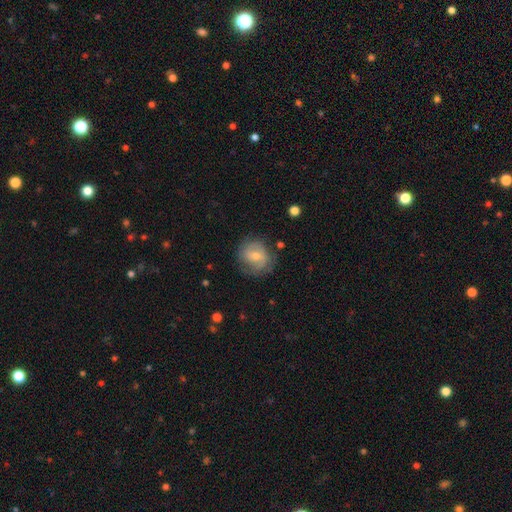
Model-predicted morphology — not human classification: Smooth or featured? featured or disk (53%)
Edge-on disk? no (97%)
Bar? no (48%)
Spiral arms? yes (78%)
Bulge size? moderate (54%)
Merging? none (68%)